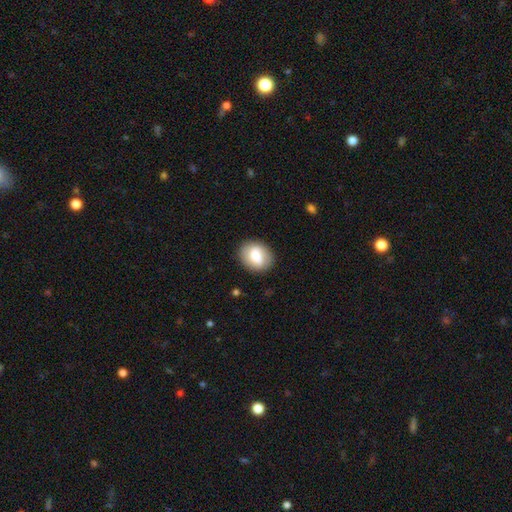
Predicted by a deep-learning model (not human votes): Overall: smooth (67%). How rounded: in between (50%; round 48%). Merging: none (85%).